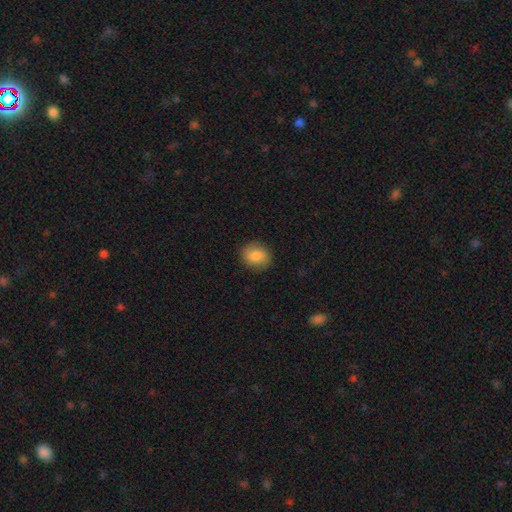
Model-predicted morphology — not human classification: Smooth or featured? smooth (81%)
How rounded? round (65%)
Merging? none (87%)